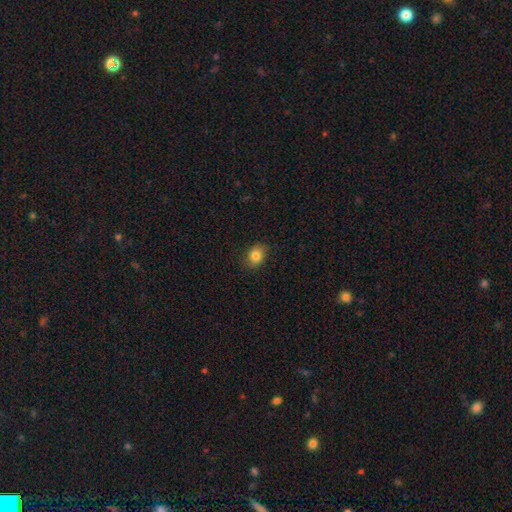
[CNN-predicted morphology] This is clearly a smooth galaxy (83%). How rounded: possibly in between (52%). Merging: clearly none (85%).